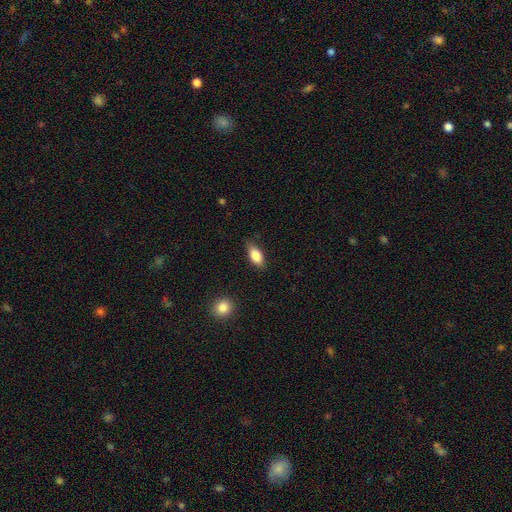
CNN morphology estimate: A smooth galaxy with no disk features (84%) that is in between round and cigar-shaped (87%).

Vote fractions:
- Smooth or featured? smooth: 84% / featured or disk: 8% / star or artifact: 7%
- How rounded? in between: 87% / cigar-shaped: 8% / round: 4%
- Merging? none: 81% / minor disturbance: 14% / major disturbance: 3% / merger: 1%